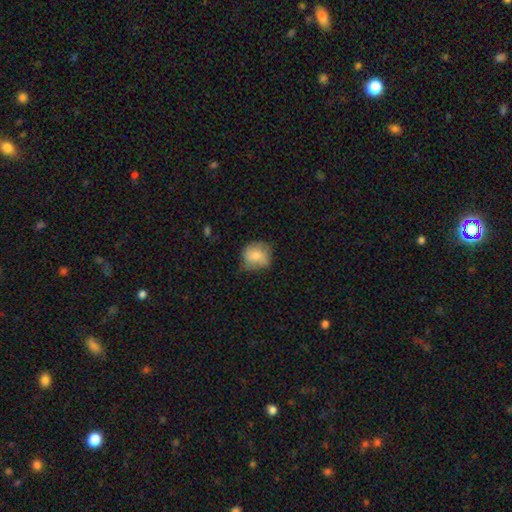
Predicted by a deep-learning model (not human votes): The model was most divided on "merging": none: 52%, minor disturbance: 36%, major disturbance: 11%, merger: 2%. More confident: how rounded — round (76%); smooth or featured — smooth (72%).